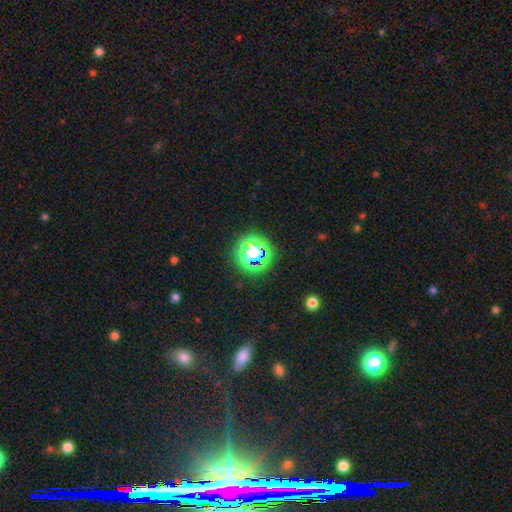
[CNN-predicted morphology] Smooth or featured? Predicted: star or artifact (p=0.67).